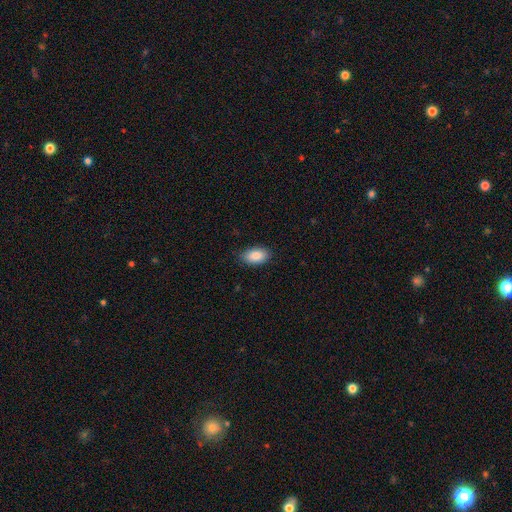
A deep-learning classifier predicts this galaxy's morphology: Smooth or featured? Predicted: smooth (p=0.88). How rounded? Predicted: in between (p=0.93). Merging? Predicted: none (p=0.85).